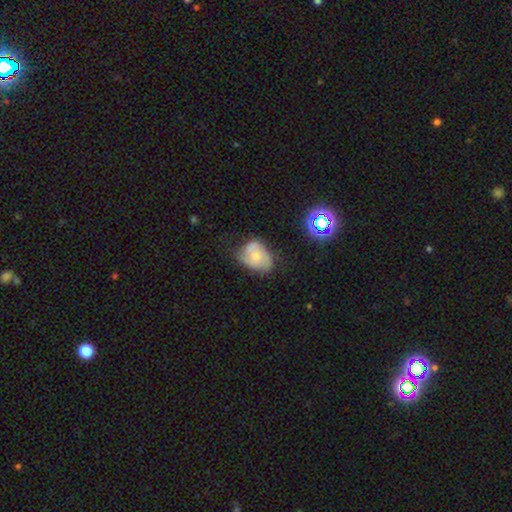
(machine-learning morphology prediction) Smooth or featured?
  - featured or disk: 61% *
  - smooth: 30%
  - star or artifact: 9%
Edge-on disk?
  - no: 97% *
  - yes: 3%
Bar?
  - no: 78% *
  - weak: 19%
  - strong: 3%
Spiral arms?
  - yes: 84% *
  - no: 16%
Bulge size?
  - small: 49% *
  - moderate: 45%
  - none: 3%
  - large: 2%
  - dominant: 1%
Merging?
  - none: 49% *
  - minor disturbance: 34%
  - major disturbance: 14%
  - merger: 3%